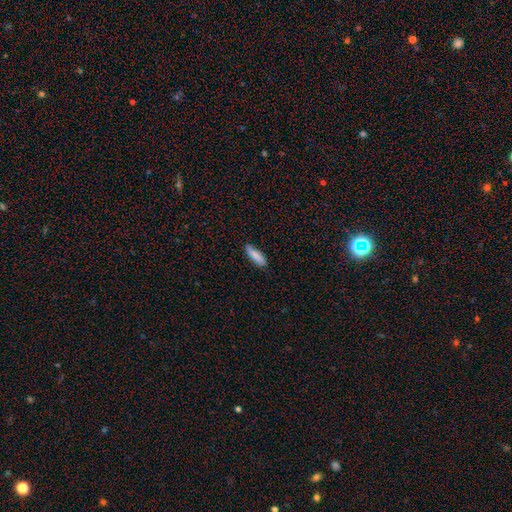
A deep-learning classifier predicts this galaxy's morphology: Q: Smooth or featured?
A: smooth (86%); runner-up: featured or disk (8%)
Q: How rounded?
A: cigar-shaped (56%); runner-up: in between (43%)
Q: Merging?
A: none (84%); runner-up: minor disturbance (13%)